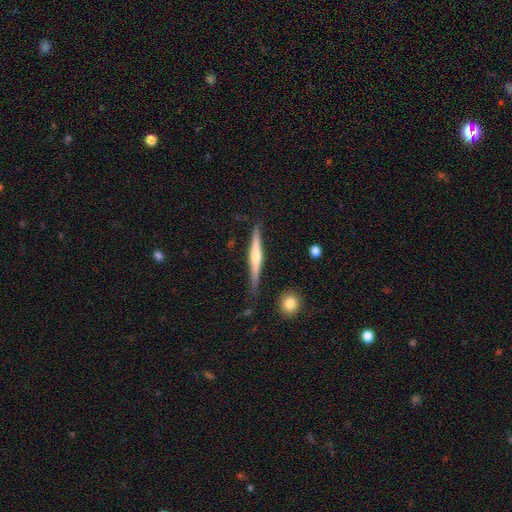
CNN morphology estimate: A featured or disk galaxy (67%) viewed edge-on (97%) with a rounded central bulge (79%).

Vote fractions:
- Smooth or featured? featured or disk: 67% / smooth: 27% / star or artifact: 6%
- Edge-on disk? yes: 97% / no: 3%
- Edge-on bulge? rounded: 79% / none: 12% / boxy: 9%
- Merging? none: 83% / minor disturbance: 13% / major disturbance: 2% / merger: 2%